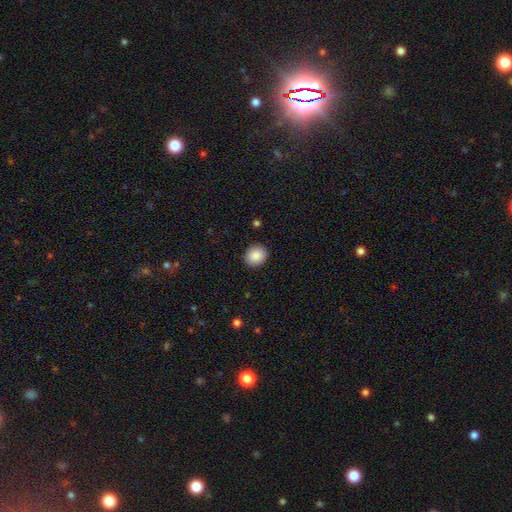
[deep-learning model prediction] A smooth galaxy with no disk features (88%) that is round (79%).

Vote fractions:
- Smooth or featured? smooth: 88% / star or artifact: 8% / featured or disk: 4%
- How rounded? round: 79% / in between: 20% / cigar-shaped: 1%
- Merging? none: 91% / minor disturbance: 6% / major disturbance: 2% / merger: 1%